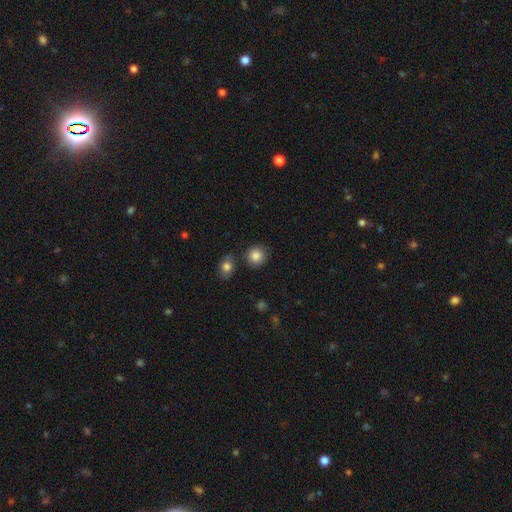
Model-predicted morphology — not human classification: smooth 86%, star or artifact 8%, featured or disk 6%. Down the decision tree: how rounded — round (88%); merging — none (82%).